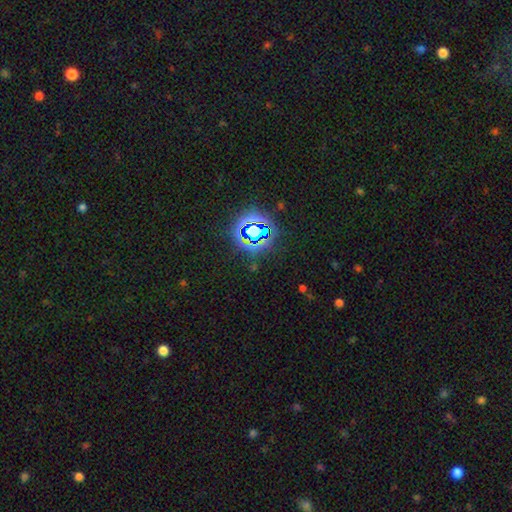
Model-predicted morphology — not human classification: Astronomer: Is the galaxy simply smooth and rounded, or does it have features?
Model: star or artifact — 81%.